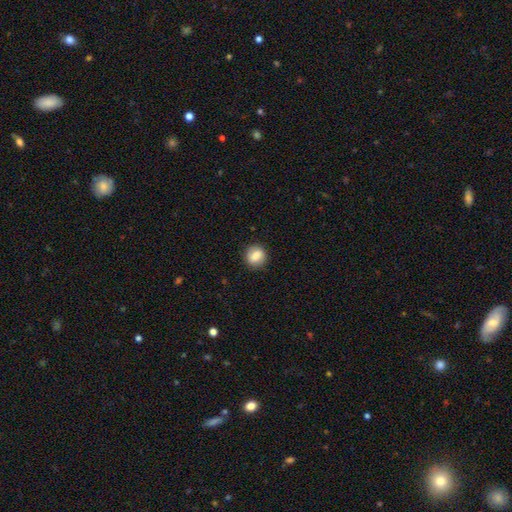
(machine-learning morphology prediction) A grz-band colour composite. It shows a smooth galaxy with no disk features (81%) that is round (75%). Merging: none (87%).